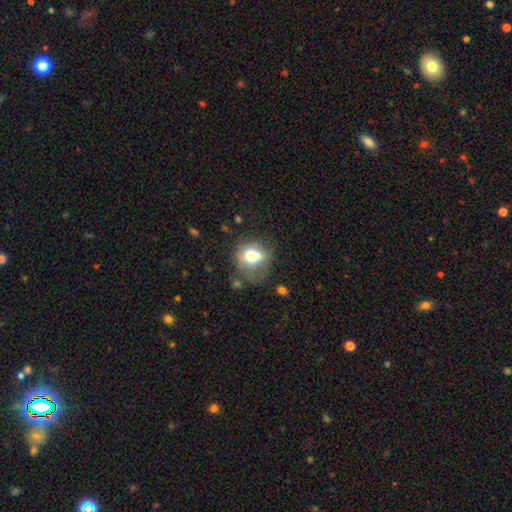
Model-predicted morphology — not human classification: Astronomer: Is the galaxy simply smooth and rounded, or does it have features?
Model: smooth — 64%.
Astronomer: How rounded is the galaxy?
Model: round — 62%.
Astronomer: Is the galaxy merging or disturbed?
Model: none — 40% (runner-up: minor disturbance, 26%).